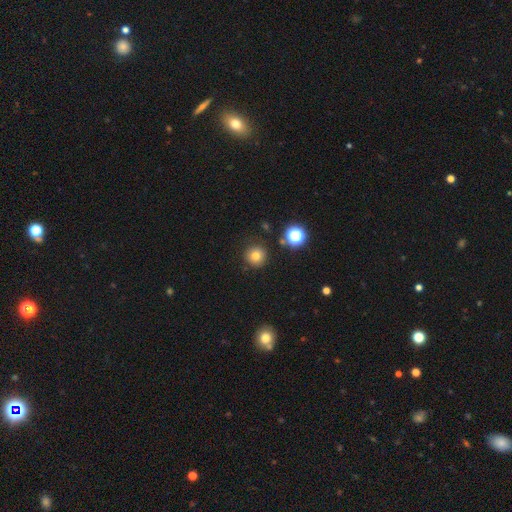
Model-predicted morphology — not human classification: Smooth or featured?
  - smooth: 77% *
  - star or artifact: 16%
  - featured or disk: 8%
How rounded?
  - round: 95% *
  - in between: 4%
  - cigar-shaped: 1%
Merging?
  - none: 88% *
  - minor disturbance: 7%
  - major disturbance: 3%
  - merger: 2%